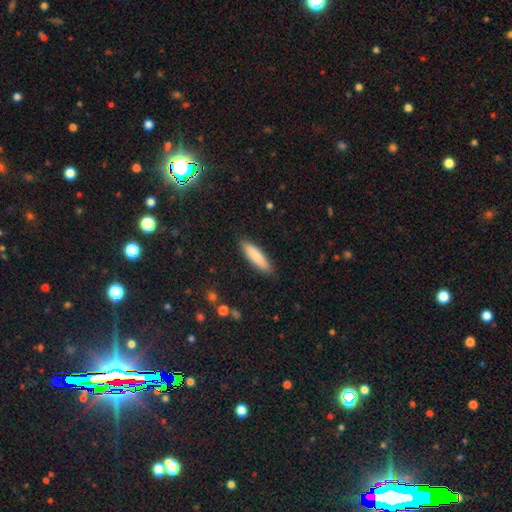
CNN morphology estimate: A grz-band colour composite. It shows a smooth galaxy with no disk features (84%) that is cigar-shaped (71%). Merging: none (88%).